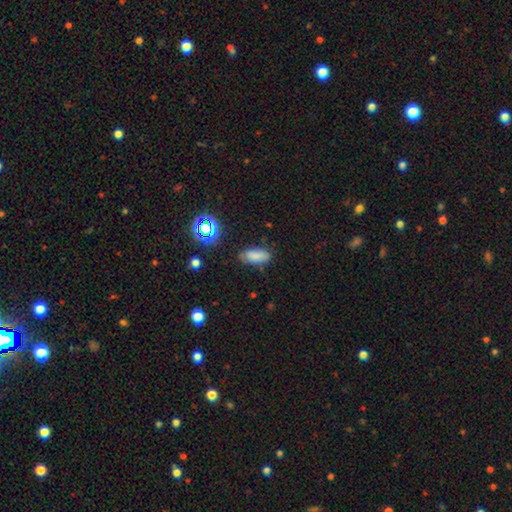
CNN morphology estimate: Overall: smooth (77%). How rounded: in between (87%). Merging: none (76%).